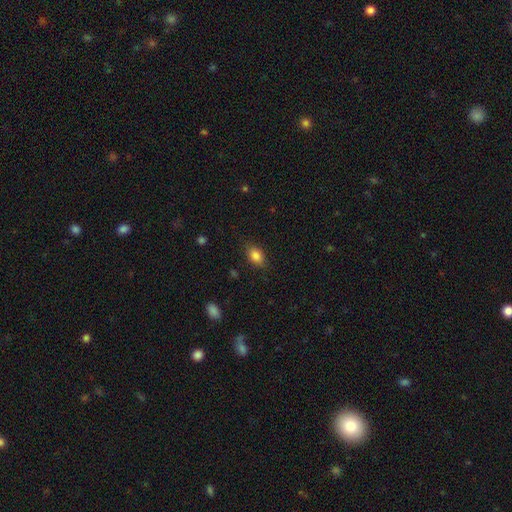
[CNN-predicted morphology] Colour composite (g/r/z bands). It shows a smooth galaxy with no disk features (84%) that is in between round and cigar-shaped (80%). Merging: none (78%).